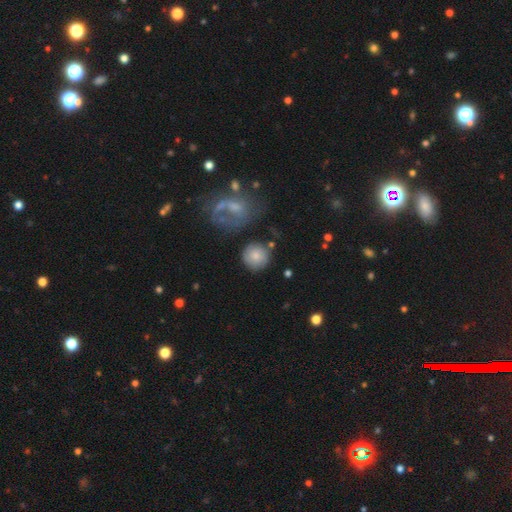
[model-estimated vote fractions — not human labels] Smooth or featured? smooth (76%)
How rounded? round (92%)
Merging? none (74%)